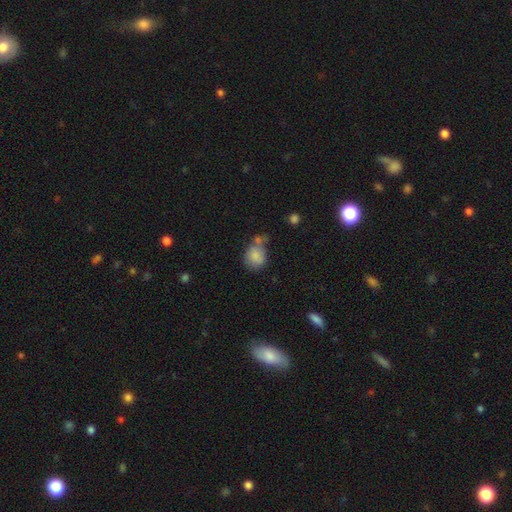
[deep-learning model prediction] This appears to be a smooth galaxy with no disk features (83%) that is round (64%). Merging: none (42%).